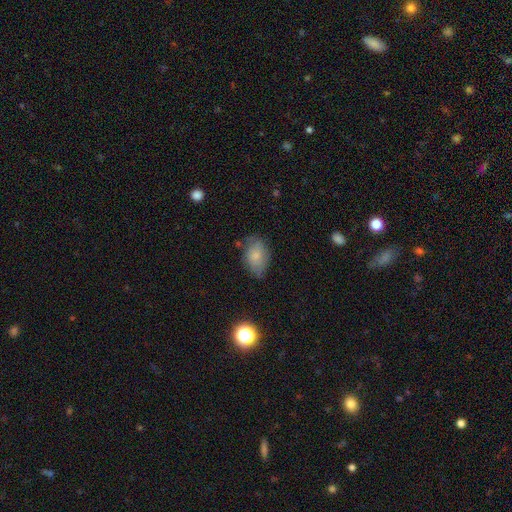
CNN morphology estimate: Overall: smooth (76%). How rounded: in between (87%). Merging: none (66%; minor disturbance 26%).